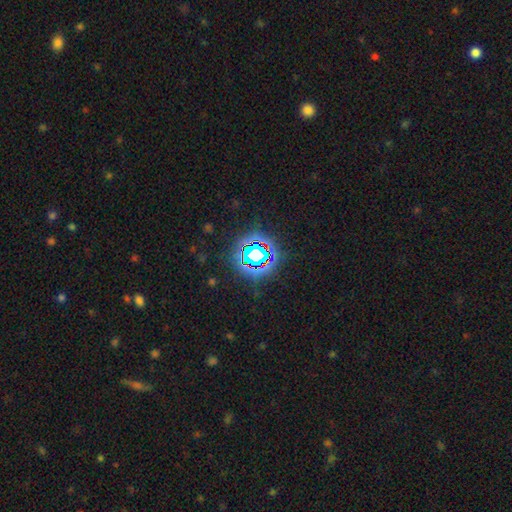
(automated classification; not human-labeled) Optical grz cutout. It shows a star or artifact, not a galaxy (70%).